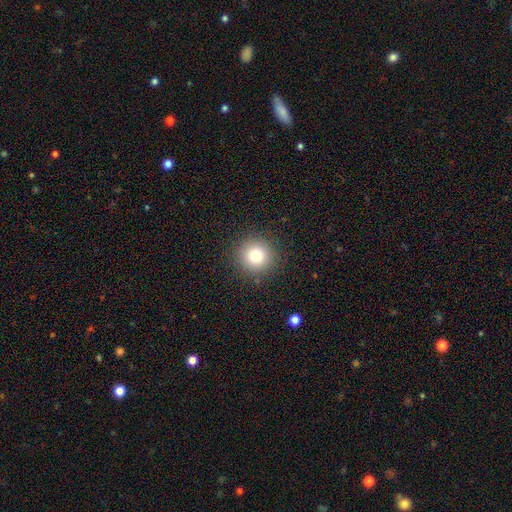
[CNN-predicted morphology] Smooth or featured? Predicted: smooth (p=0.78). How rounded? Predicted: round (p=0.95). Merging? Predicted: none (p=0.90).